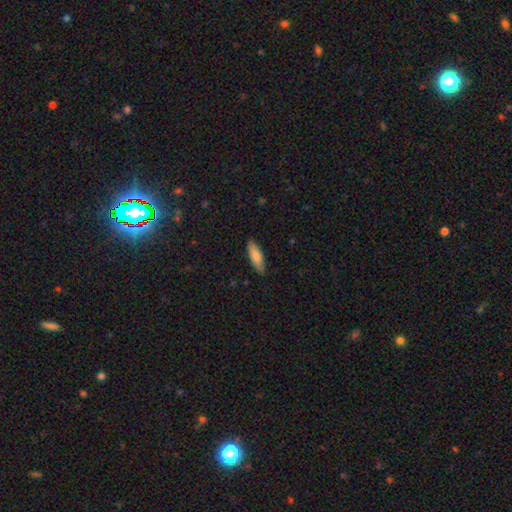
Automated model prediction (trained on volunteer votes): Smooth or featured?
  - smooth: 83% *
  - featured or disk: 11%
  - star or artifact: 6%
How rounded?
  - in between: 59% *
  - cigar-shaped: 39%
  - round: 2%
Merging?
  - none: 83% *
  - minor disturbance: 14%
  - major disturbance: 2%
  - merger: 1%